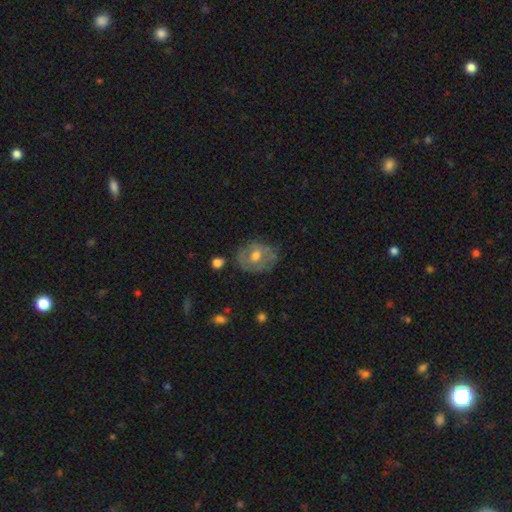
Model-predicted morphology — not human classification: Smooth or featured? featured or disk (46%)
Merging? none (69%)